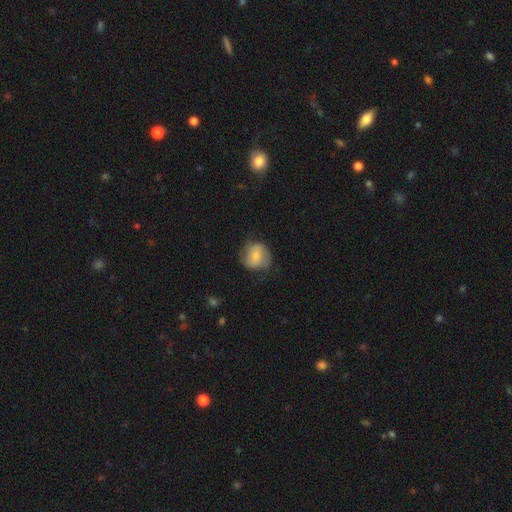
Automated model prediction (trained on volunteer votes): Morphology: type=smooth (56%); roundness=round (78%); merging=none (68%).